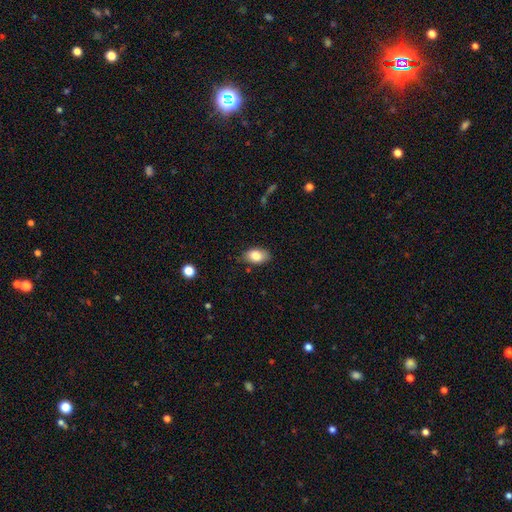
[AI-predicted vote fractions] Smooth or featured: smooth — 83% (featured or disk — 9%)
How rounded: in between — 90% (round — 9%)
Merging: none — 80% (minor disturbance — 15%)